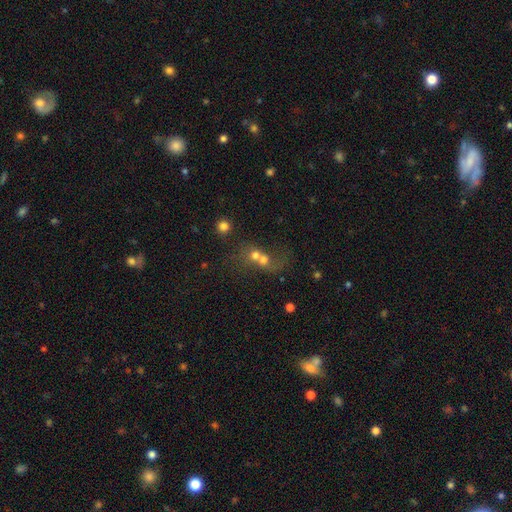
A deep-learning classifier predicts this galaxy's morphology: Smooth or featured? smooth (62%)
How rounded? round (71%)
Merging? merger (70%)